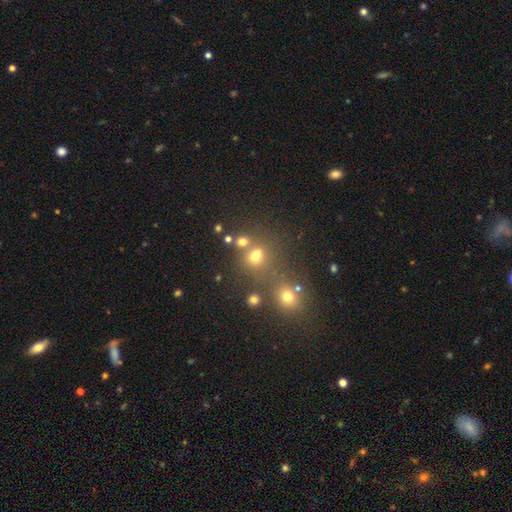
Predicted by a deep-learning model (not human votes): This is likely a smooth galaxy (64%). How rounded: likely round (70%). Merging: possibly none (52%).